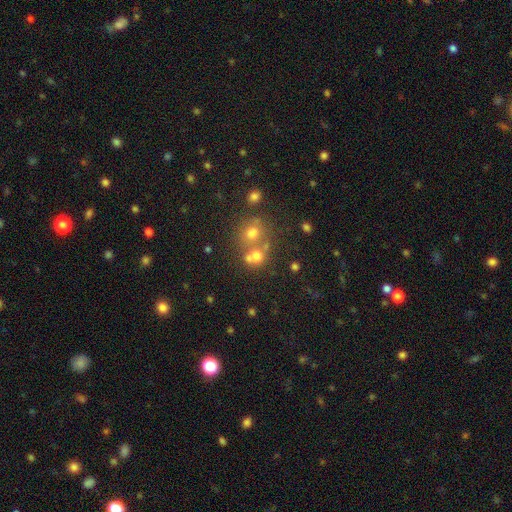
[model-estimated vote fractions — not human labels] Smooth or featured: smooth — 60% (star or artifact — 22%)
How rounded: round — 78% (in between — 21%)
Merging: none — 45% (merger — 42%)